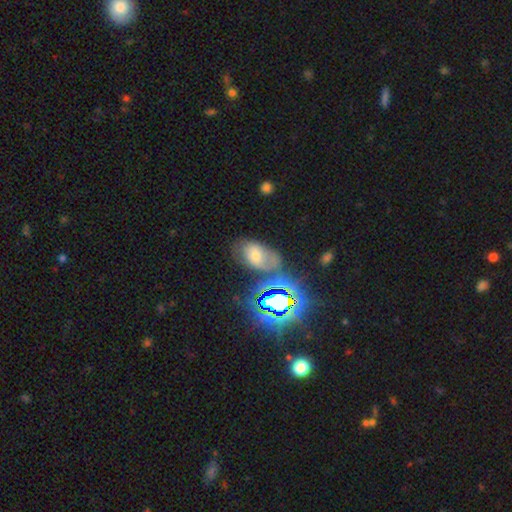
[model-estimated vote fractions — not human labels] A smooth galaxy with no disk features (37%).

Vote fractions:
- Smooth or featured? smooth: 37% / star or artifact: 33% / featured or disk: 29%
- Merging? none: 56% / minor disturbance: 22% / major disturbance: 12% / merger: 10%